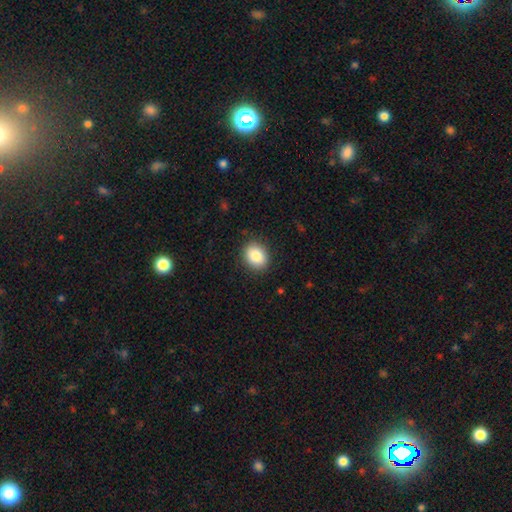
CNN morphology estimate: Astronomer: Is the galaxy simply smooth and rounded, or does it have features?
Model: smooth — 85%.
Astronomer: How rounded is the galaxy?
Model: in between — 50% (runner-up: round, 49%).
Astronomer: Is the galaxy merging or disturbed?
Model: none — 89%.